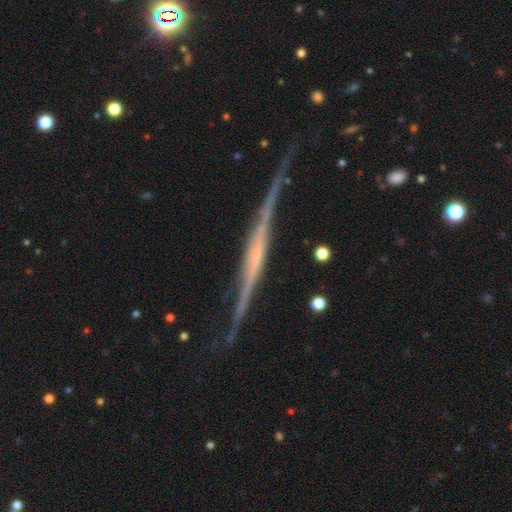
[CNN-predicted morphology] Smooth or featured? Predicted: featured or disk (p=0.84). Edge-on disk? Predicted: yes (p=0.92). Edge-on bulge? Predicted: none (p=0.52). Merging? Predicted: none (p=0.65).